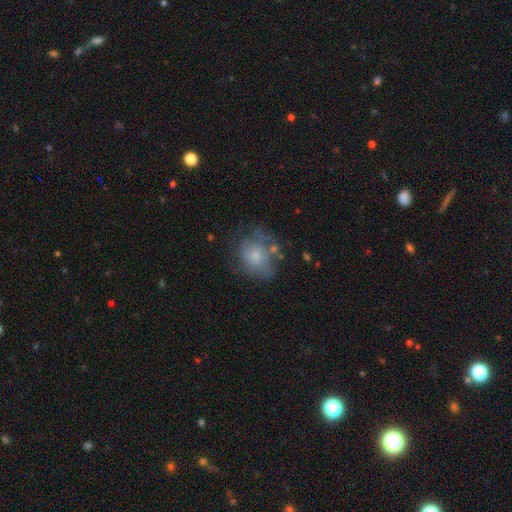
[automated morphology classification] smooth-or-featured: smooth: 56% | featured or disk: 35% | star or artifact: 9%
  how-rounded: round: 58% | in between: 41% | cigar-shaped: 1%
  merging: none: 51% | minor disturbance: 26% | major disturbance: 18% | merger: 5%